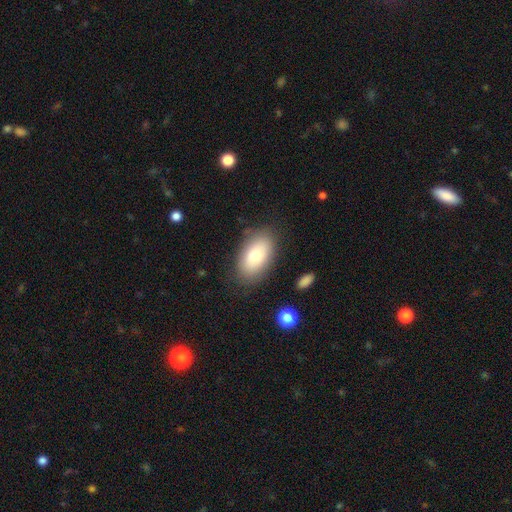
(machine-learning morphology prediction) A smooth galaxy with no disk features (74%) that is in between round and cigar-shaped (91%).

Vote fractions:
- Smooth or featured? smooth: 74% / featured or disk: 19% / star or artifact: 8%
- How rounded? in between: 91% / round: 7% / cigar-shaped: 2%
- Merging? none: 82% / minor disturbance: 12% / major disturbance: 4% / merger: 2%